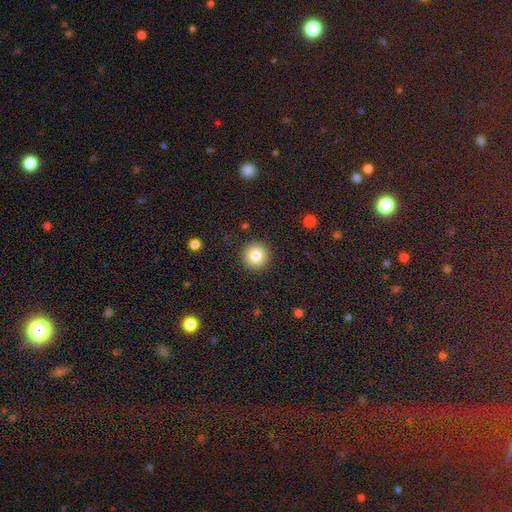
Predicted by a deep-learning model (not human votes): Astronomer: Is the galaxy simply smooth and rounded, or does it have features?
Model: smooth — 82%.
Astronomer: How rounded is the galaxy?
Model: round — 96%.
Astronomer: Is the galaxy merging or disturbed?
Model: none — 92%.